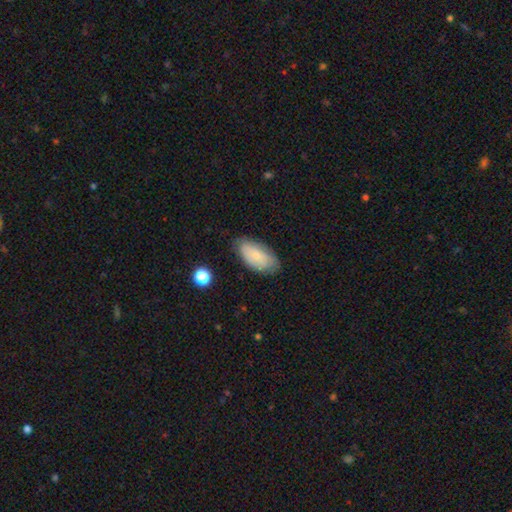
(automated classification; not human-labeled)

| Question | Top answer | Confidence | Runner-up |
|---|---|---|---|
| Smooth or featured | smooth | 64% | featured or disk (28%) |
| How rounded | in between | 93% | cigar-shaped (4%) |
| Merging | none | 74% | minor disturbance (20%) |